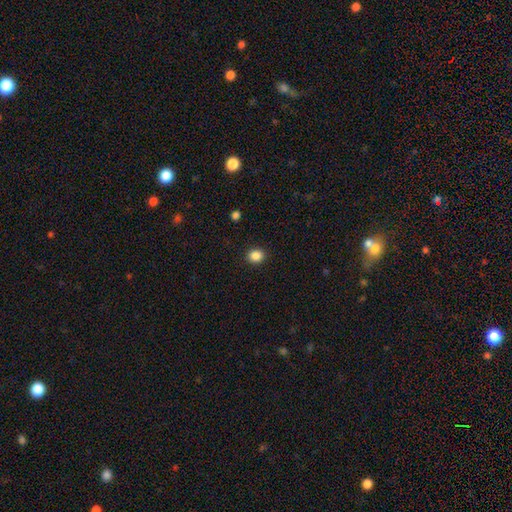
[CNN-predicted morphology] smooth-or-featured: smooth: 86% | star or artifact: 11% | featured or disk: 3%
  how-rounded: round: 80% | in between: 19% | cigar-shaped: 1%
  merging: none: 91% | minor disturbance: 6% | major disturbance: 2% | merger: 1%